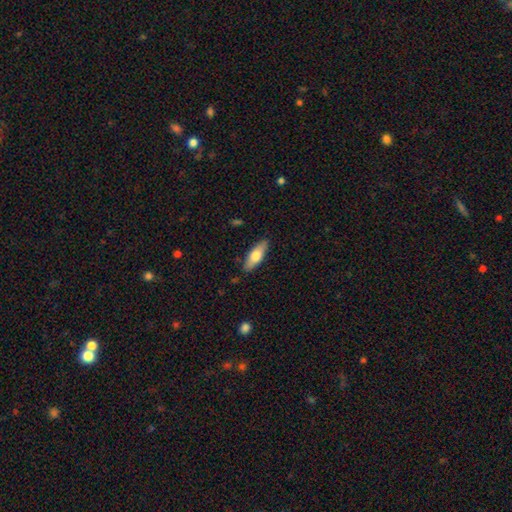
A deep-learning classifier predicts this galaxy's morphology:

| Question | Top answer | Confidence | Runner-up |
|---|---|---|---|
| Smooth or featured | smooth | 65% | featured or disk (30%) |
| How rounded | in between | 61% | cigar-shaped (37%) |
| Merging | none | 86% | minor disturbance (10%) |